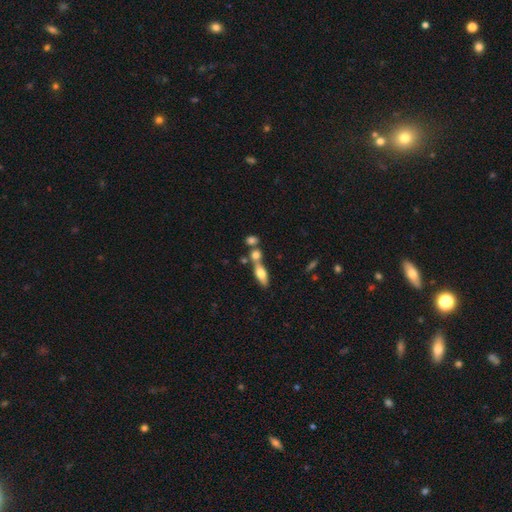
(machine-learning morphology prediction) Overall: smooth (54%; featured or disk 34%). How rounded: in between (57%; cigar-shaped 29%). Merging: none (46%; merger 39%).